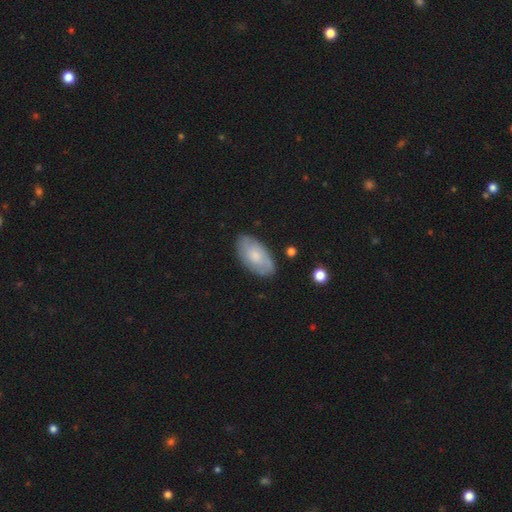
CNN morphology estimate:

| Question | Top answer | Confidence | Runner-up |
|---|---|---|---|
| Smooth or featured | smooth | 56% | featured or disk (38%) |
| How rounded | in between | 94% | round (3%) |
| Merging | none | 79% | minor disturbance (16%) |